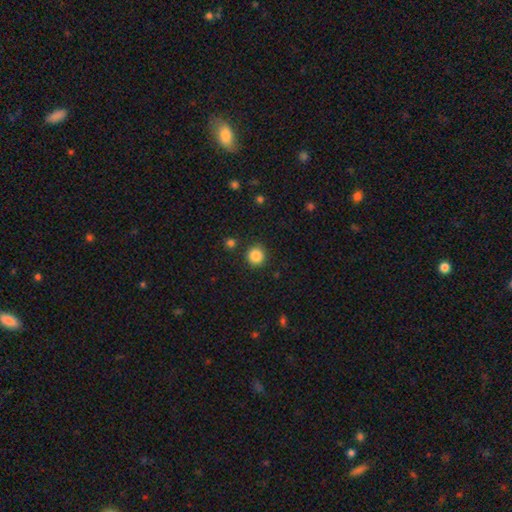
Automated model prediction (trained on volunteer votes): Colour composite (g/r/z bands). It shows a smooth galaxy with no disk features (87%) that is round (93%). Merging: none (89%).